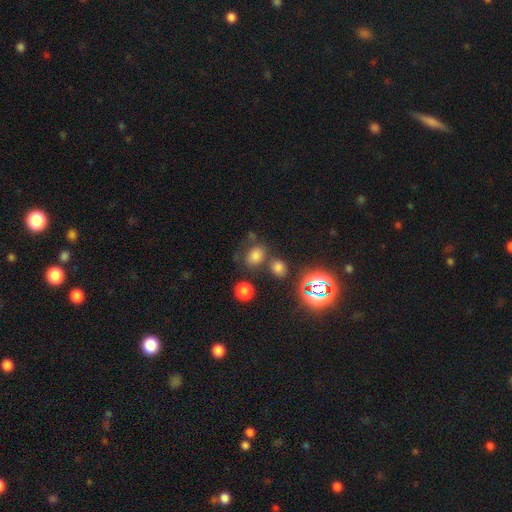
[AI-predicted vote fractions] Morphology: type=smooth (70%); roundness=in between (59%); merging=none (60%).